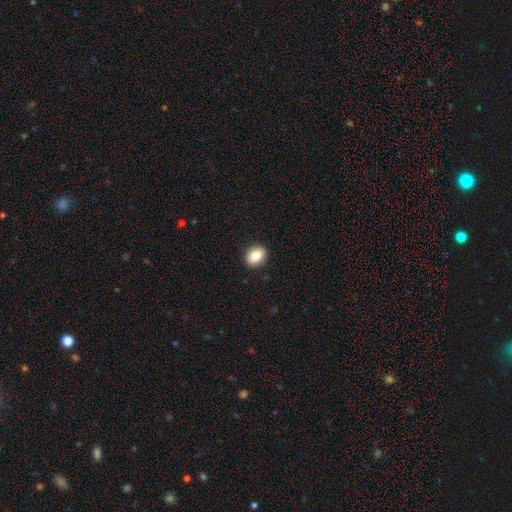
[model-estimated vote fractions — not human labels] The model was most divided on "how rounded": in between: 57%, round: 42%, cigar-shaped: 1%. More confident: merging — none (91%); smooth or featured — smooth (85%).